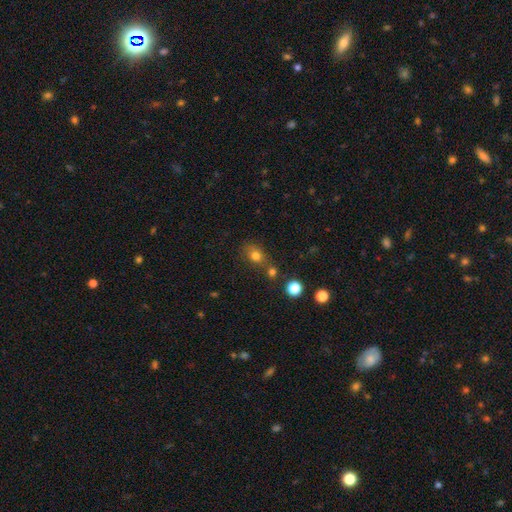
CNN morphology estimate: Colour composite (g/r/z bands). It shows a smooth galaxy with no disk features (77%) that is in between round and cigar-shaped (50%). Merging: none (60%).